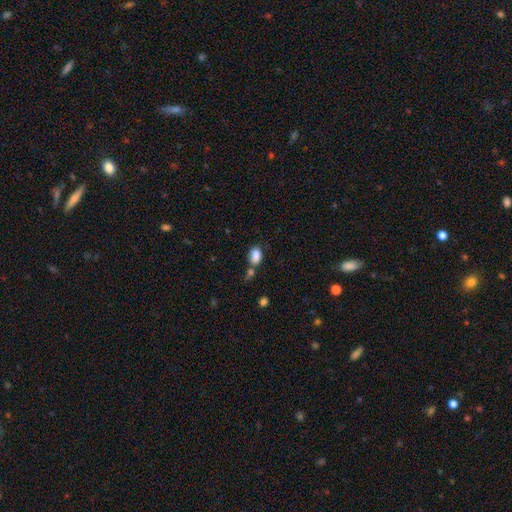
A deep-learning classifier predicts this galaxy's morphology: This is clearly a smooth galaxy (85%). How rounded: clearly in between (84%). Merging: possibly none (51%).